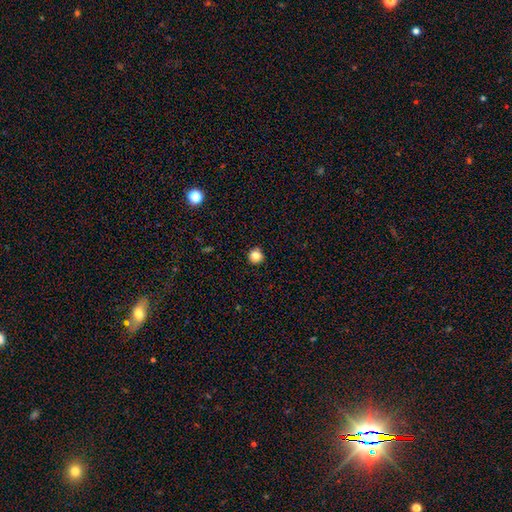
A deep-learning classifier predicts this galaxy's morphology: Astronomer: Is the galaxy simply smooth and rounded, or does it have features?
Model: smooth — 84%.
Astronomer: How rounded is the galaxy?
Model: round — 94%.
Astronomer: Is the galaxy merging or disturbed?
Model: none — 91%.